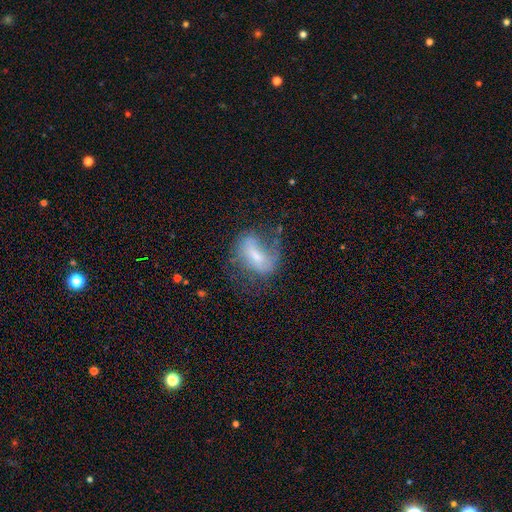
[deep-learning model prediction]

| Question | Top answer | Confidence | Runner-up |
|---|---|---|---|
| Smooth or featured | featured or disk | 55% | smooth (37%) |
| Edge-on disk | no | 94% | yes (6%) |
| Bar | weak | 42% | strong (29%) |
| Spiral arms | yes | 68% | no (32%) |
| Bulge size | small | 46% | moderate (38%) |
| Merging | none | 40% | major disturbance (31%) |